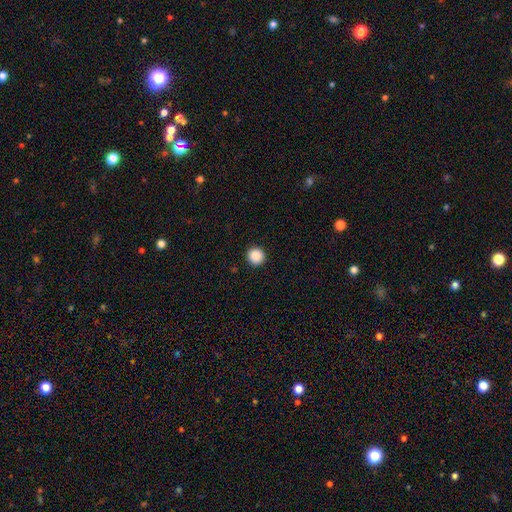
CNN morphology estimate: This appears to be a smooth galaxy with no disk features (88%) that is round (96%). Merging: none (94%).